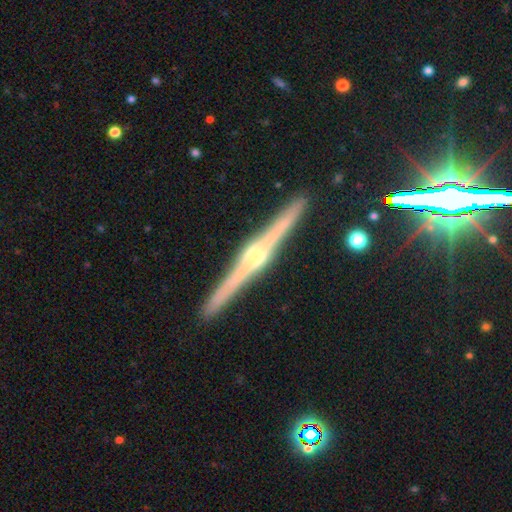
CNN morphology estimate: Smooth or featured: featured or disk — 88% (smooth — 6%)
Edge-on disk: yes — 99% (no — 1%)
Edge-on bulge: rounded — 78% (boxy — 17%)
Merging: none — 93% (minor disturbance — 5%)